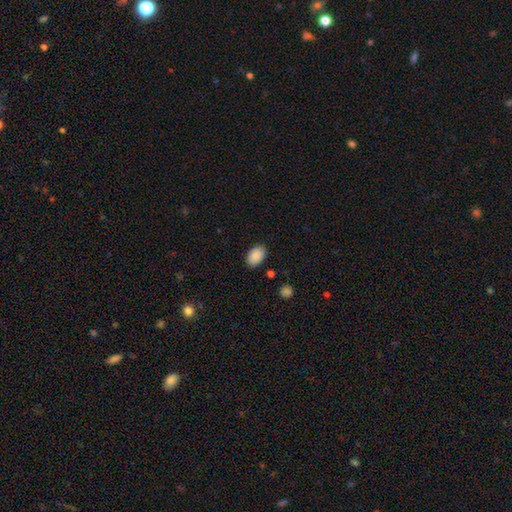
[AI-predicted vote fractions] Smooth or featured? smooth (90%)
How rounded? in between (89%)
Merging? none (86%)